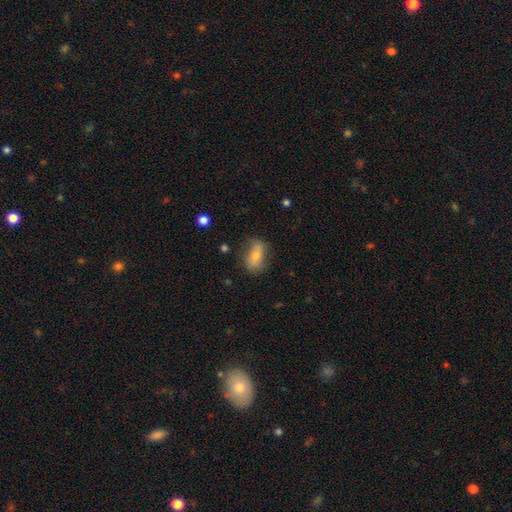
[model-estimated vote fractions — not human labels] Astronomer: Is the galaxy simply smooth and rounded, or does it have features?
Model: smooth — 61%.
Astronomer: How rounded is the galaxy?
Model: in between — 82%.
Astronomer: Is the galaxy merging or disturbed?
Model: none — 65%.